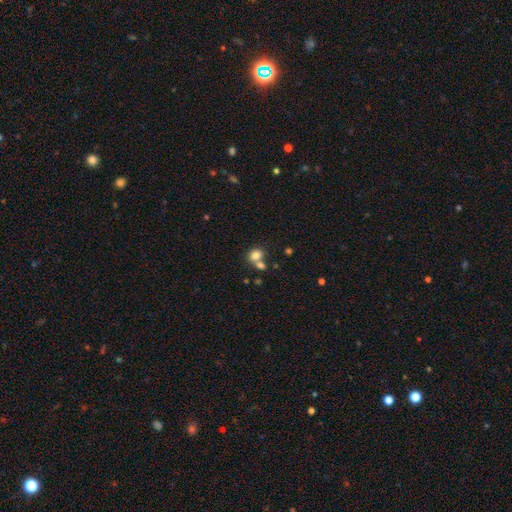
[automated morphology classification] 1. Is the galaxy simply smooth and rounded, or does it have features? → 79% smooth, 11% star or artifact, 9% featured or disk.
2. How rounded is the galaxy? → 55% round, 44% in between, 1% cigar-shaped.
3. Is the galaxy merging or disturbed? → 46% none, 39% merger, 10% minor disturbance, 4% major disturbance.